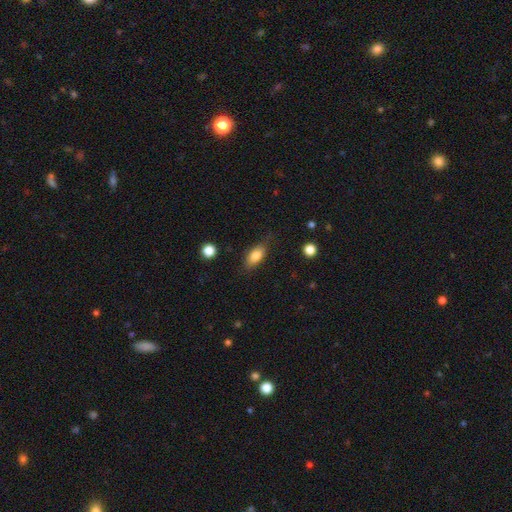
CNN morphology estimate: This appears to be a smooth galaxy with no disk features (80%) that is in between round and cigar-shaped (85%). Merging: none (75%).